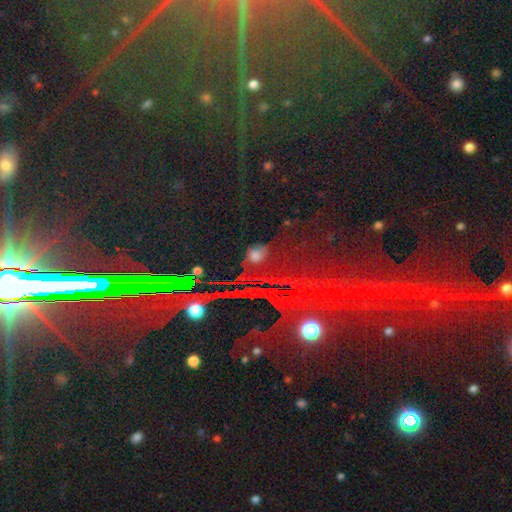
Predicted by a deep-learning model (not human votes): Q: Smooth or featured?
A: star or artifact (46%); runner-up: smooth (38%)